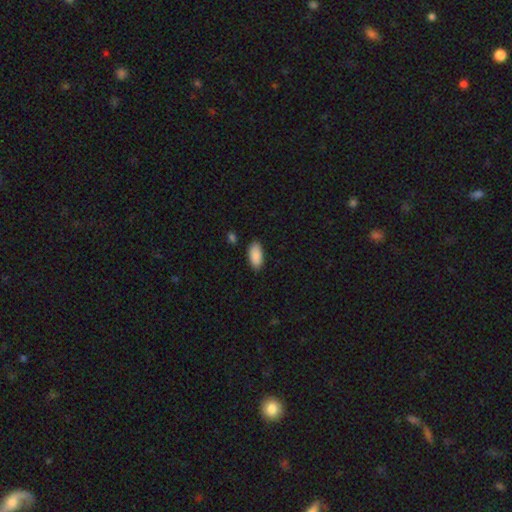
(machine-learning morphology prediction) A smooth galaxy with no disk features (90%) that is in between round and cigar-shaped (92%).

Vote fractions:
- Smooth or featured? smooth: 90% / star or artifact: 6% / featured or disk: 4%
- How rounded? in between: 92% / cigar-shaped: 6% / round: 2%
- Merging? none: 85% / minor disturbance: 11% / major disturbance: 2% / merger: 2%